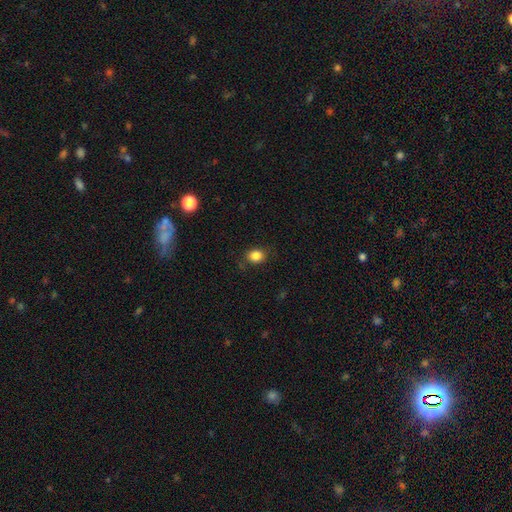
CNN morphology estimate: smooth-or-featured: smooth: 85% | star or artifact: 11% | featured or disk: 5%
  how-rounded: round: 59% | in between: 40% | cigar-shaped: 1%
  merging: none: 82% | minor disturbance: 13% | major disturbance: 4% | merger: 1%